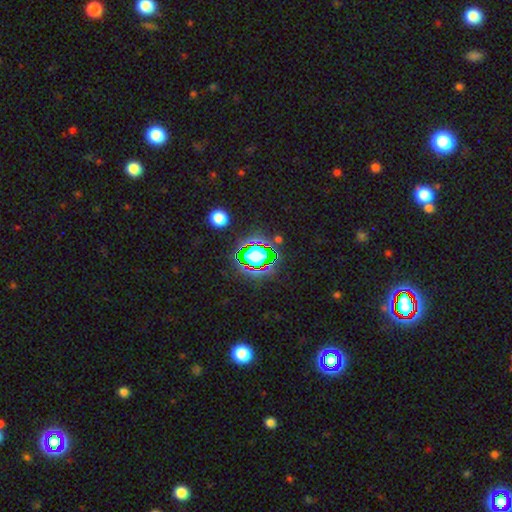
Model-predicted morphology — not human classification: This appears to be a star or artifact, not a galaxy (65%).